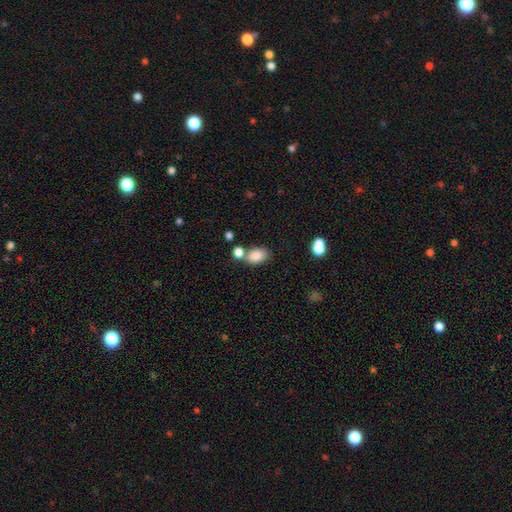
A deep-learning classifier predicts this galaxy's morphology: smooth 84%, star or artifact 9%, featured or disk 7%. Down the decision tree: how rounded — in between (85%); merging — none (57%).